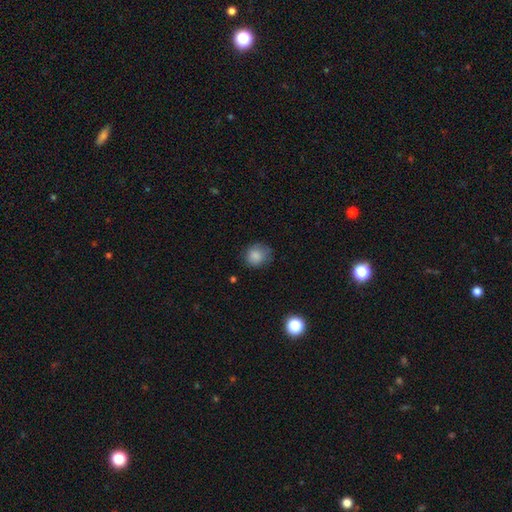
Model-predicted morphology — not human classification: Smooth or featured: smooth — 84% (star or artifact — 10%)
How rounded: round — 80% (in between — 19%)
Merging: none — 71% (minor disturbance — 22%)